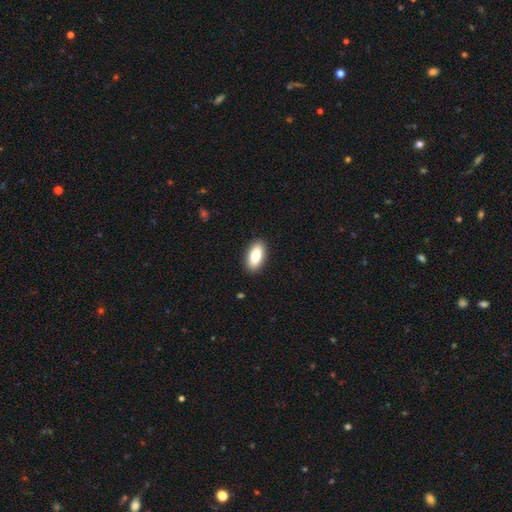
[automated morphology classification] smooth-or-featured: smooth: 80% | featured or disk: 13% | star or artifact: 7%
  how-rounded: in between: 91% | cigar-shaped: 5% | round: 3%
  merging: none: 90% | minor disturbance: 7% | major disturbance: 2% | merger: 1%